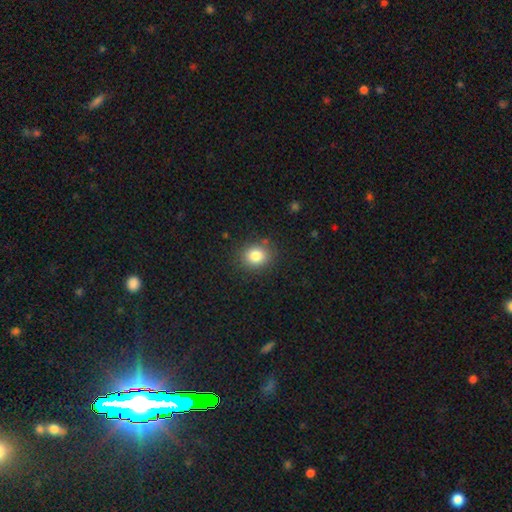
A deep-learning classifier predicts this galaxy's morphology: smooth_or_featured: smooth (p=0.83) [alt: star or artifact p=0.11]
how_rounded: round (p=0.71) [alt: in between p=0.28]
merging: none (p=0.86) [alt: minor disturbance p=0.10]